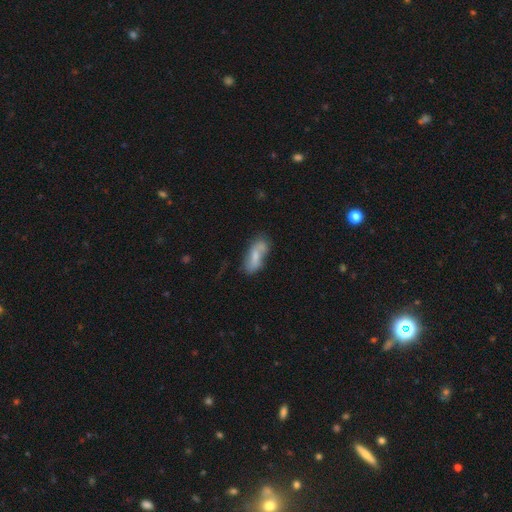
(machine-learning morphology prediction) Smooth or featured?
  - smooth: 61% *
  - featured or disk: 32%
  - star or artifact: 8%
How rounded?
  - in between: 76% *
  - cigar-shaped: 21%
  - round: 3%
Merging?
  - none: 50% *
  - minor disturbance: 24%
  - merger: 16%
  - major disturbance: 9%